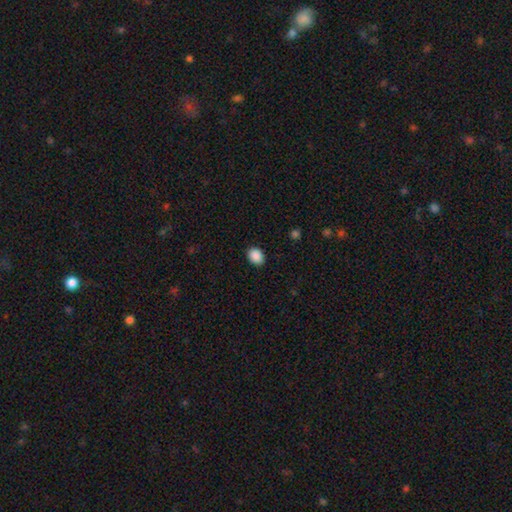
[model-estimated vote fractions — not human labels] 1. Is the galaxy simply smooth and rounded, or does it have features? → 89% smooth, 8% star or artifact, 3% featured or disk.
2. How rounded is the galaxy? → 58% in between, 41% round, 1% cigar-shaped.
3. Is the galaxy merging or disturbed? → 88% none, 9% minor disturbance, 2% major disturbance, 1% merger.